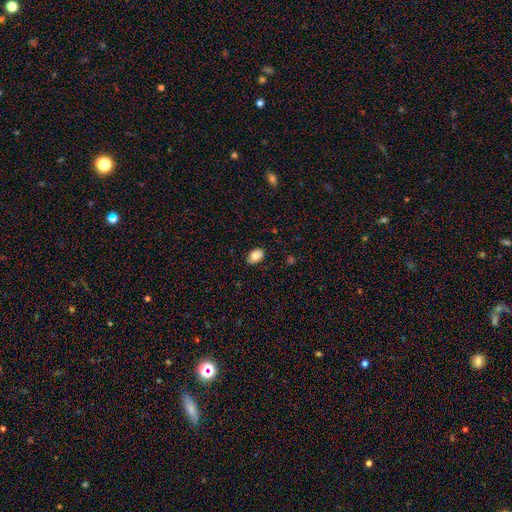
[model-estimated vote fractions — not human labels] Smooth or featured?
  - smooth: 84% *
  - featured or disk: 8%
  - star or artifact: 7%
How rounded?
  - in between: 87% *
  - round: 12%
  - cigar-shaped: 1%
Merging?
  - none: 84% *
  - minor disturbance: 12%
  - major disturbance: 2%
  - merger: 1%